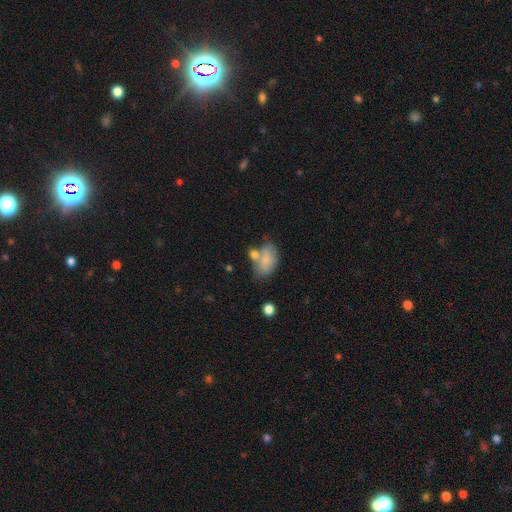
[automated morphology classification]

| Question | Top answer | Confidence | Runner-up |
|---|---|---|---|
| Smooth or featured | smooth | 73% | featured or disk (18%) |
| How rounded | in between | 88% | round (10%) |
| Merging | none | 44% | merger (23%) |